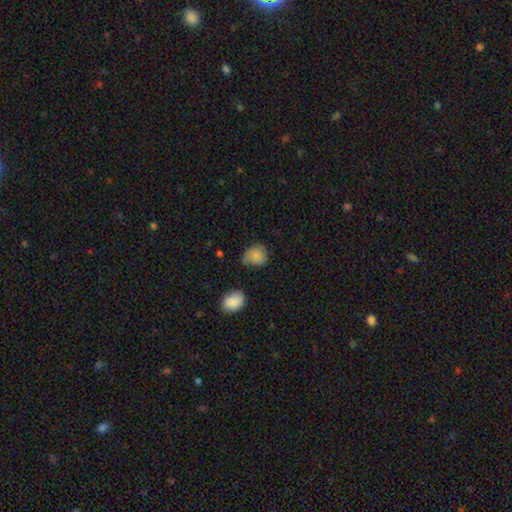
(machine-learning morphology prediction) smooth-or-featured: smooth: 84% | star or artifact: 9% | featured or disk: 7%
  how-rounded: round: 61% | in between: 38% | cigar-shaped: 1%
  merging: none: 50% | minor disturbance: 37% | major disturbance: 9% | merger: 4%